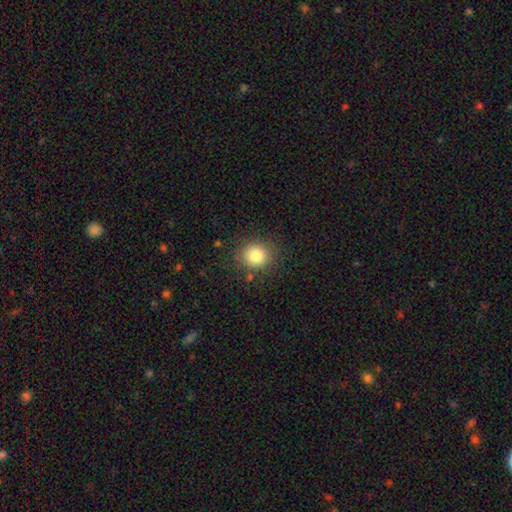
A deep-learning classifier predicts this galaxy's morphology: Q: Smooth or featured?
A: smooth (82%); runner-up: star or artifact (11%)
Q: How rounded?
A: round (84%); runner-up: in between (15%)
Q: Merging?
A: none (84%); runner-up: minor disturbance (10%)